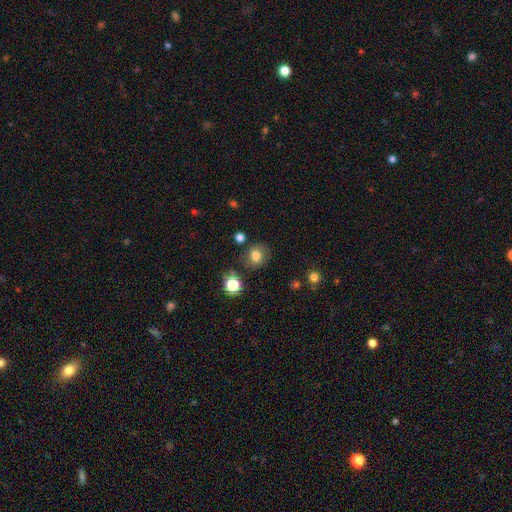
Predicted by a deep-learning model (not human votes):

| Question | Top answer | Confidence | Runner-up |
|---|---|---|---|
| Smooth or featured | smooth | 78% | star or artifact (13%) |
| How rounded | round | 77% | in between (22%) |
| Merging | none | 79% | minor disturbance (13%) |